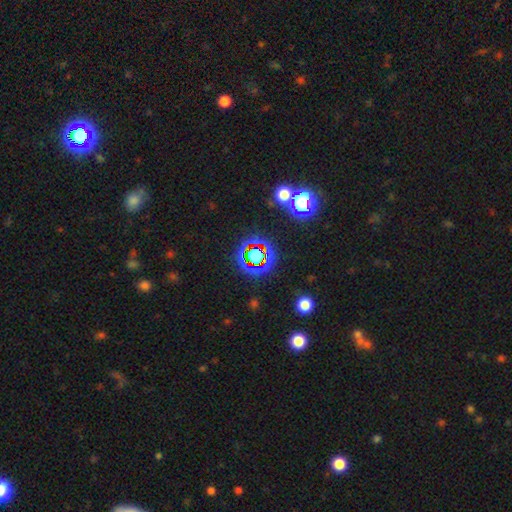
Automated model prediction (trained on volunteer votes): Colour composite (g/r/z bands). It shows a star or artifact, not a galaxy (68%).